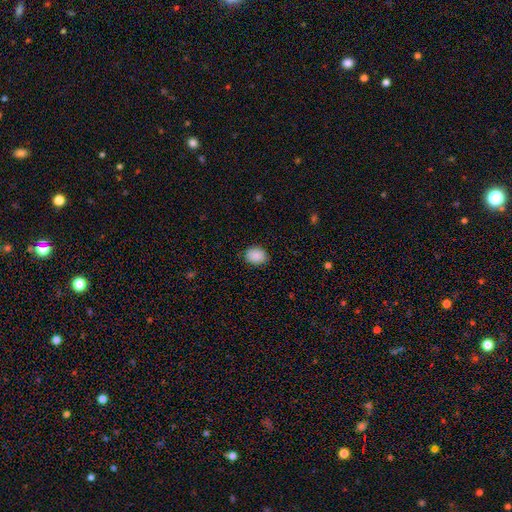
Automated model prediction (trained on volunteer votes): A smooth galaxy with no disk features (89%) that is in between round and cigar-shaped (58%).

Vote fractions:
- Smooth or featured? smooth: 89% / star or artifact: 7% / featured or disk: 3%
- How rounded? in between: 58% / round: 41% / cigar-shaped: 1%
- Merging? none: 86% / minor disturbance: 11% / major disturbance: 2% / merger: 1%